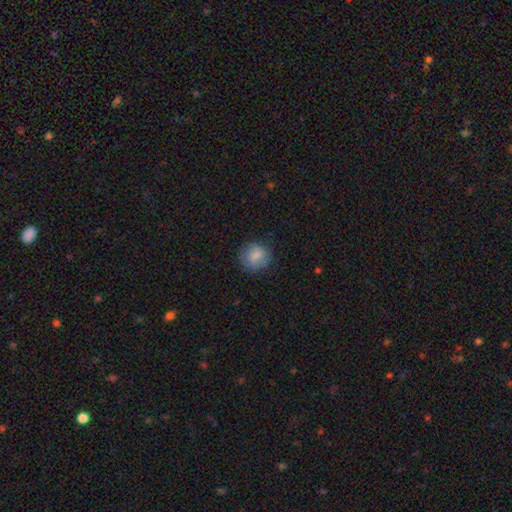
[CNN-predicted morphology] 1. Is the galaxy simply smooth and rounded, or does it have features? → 84% smooth, 8% featured or disk, 8% star or artifact.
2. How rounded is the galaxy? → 85% round, 14% in between, 1% cigar-shaped.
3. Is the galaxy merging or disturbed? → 81% none, 13% minor disturbance, 4% major disturbance, 1% merger.